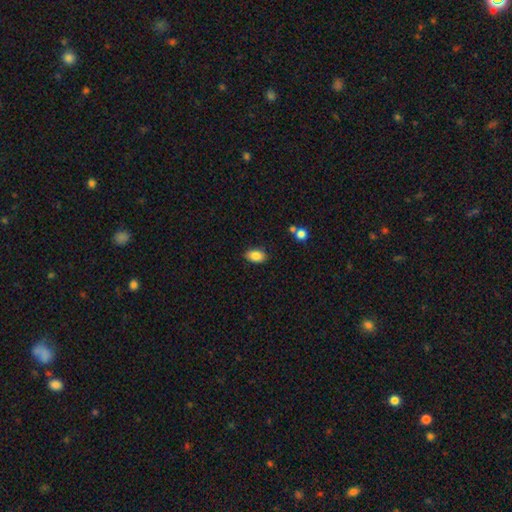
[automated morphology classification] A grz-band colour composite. It shows a smooth galaxy with no disk features (86%) that is in between round and cigar-shaped (89%). Merging: none (84%).